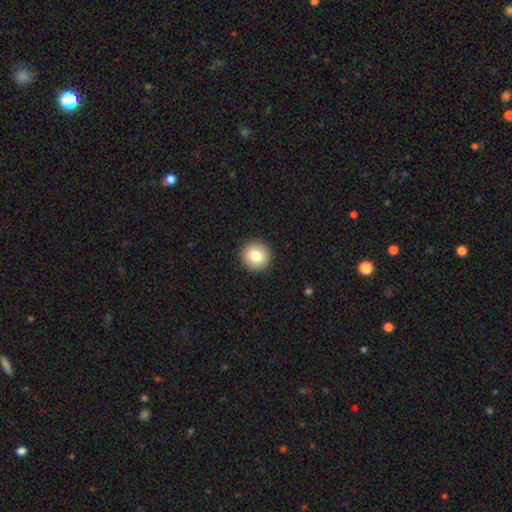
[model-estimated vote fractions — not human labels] This is clearly a smooth galaxy (81%). How rounded: clearly round (90%). Merging: clearly none (92%).